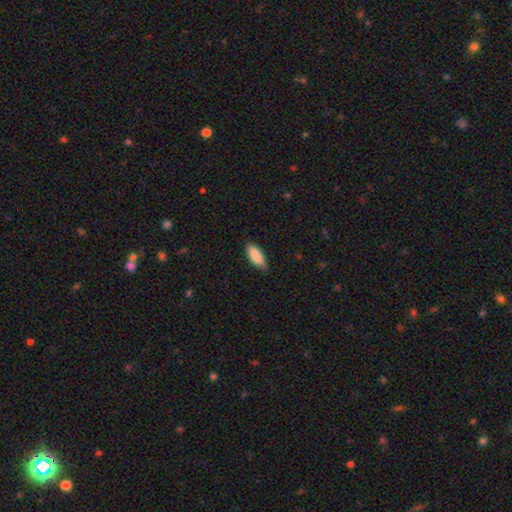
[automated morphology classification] smooth 89%, star or artifact 6%, featured or disk 6%. Down the decision tree: how rounded — in between (83%); merging — none (83%).